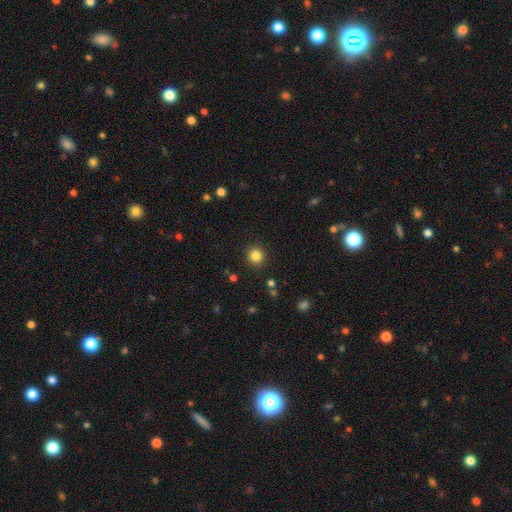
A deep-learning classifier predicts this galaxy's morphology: The model was most divided on "smooth or featured": smooth: 83%, star or artifact: 12%, featured or disk: 5%. More confident: how rounded — round (92%); merging — none (91%).